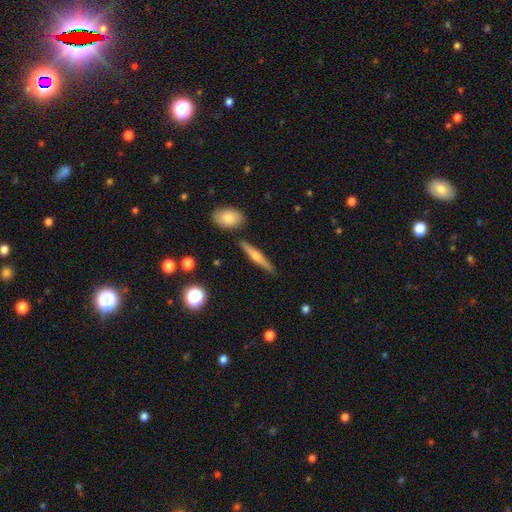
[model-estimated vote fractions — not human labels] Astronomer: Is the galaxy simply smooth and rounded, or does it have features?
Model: featured or disk — 61%.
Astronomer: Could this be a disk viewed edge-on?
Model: yes — 96%.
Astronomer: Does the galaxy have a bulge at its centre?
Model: rounded — 87%.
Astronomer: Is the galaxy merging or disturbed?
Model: none — 87%.